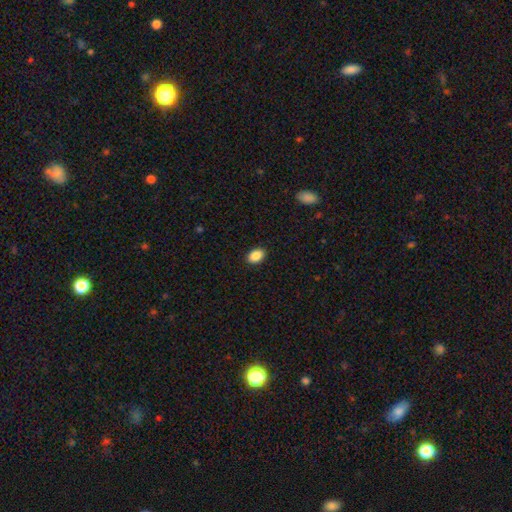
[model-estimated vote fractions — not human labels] A smooth galaxy with no disk features (88%) that is in between round and cigar-shaped (83%). Merging: none (90%).